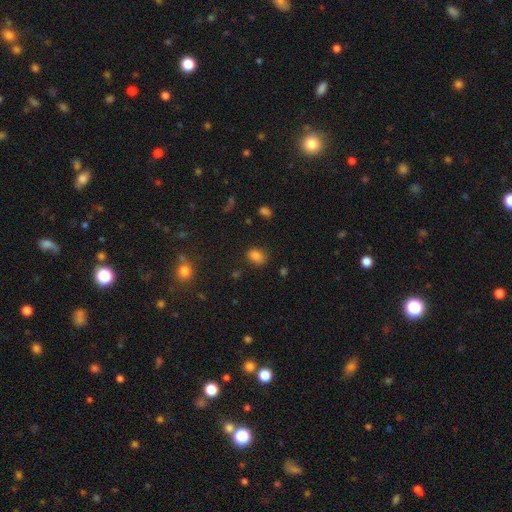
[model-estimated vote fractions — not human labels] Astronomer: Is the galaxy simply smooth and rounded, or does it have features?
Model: smooth — 82%.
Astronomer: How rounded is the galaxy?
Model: in between — 72%.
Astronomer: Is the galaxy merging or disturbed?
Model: none — 75%.